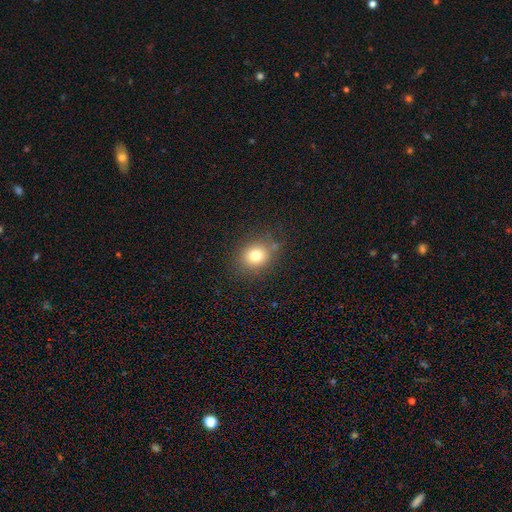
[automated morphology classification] Smooth or featured: smooth — 78% (star or artifact — 13%)
How rounded: round — 69% (in between — 31%)
Merging: none — 81% (minor disturbance — 12%)